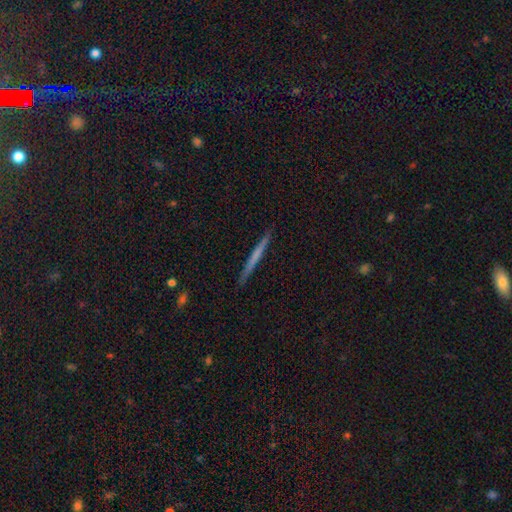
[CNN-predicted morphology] The model was most divided on "smooth or featured": smooth: 52%, featured or disk: 42%, star or artifact: 6%. More confident: how rounded — cigar-shaped (97%); merging — none (91%).